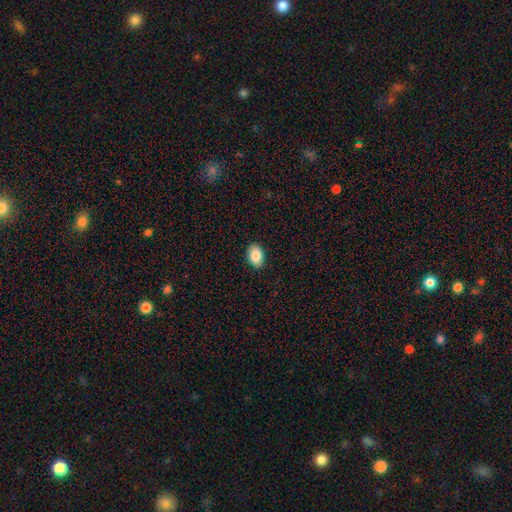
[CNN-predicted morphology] Smooth or featured? Predicted: smooth (p=0.87). How rounded? Predicted: in between (p=0.87). Merging? Predicted: none (p=0.89).